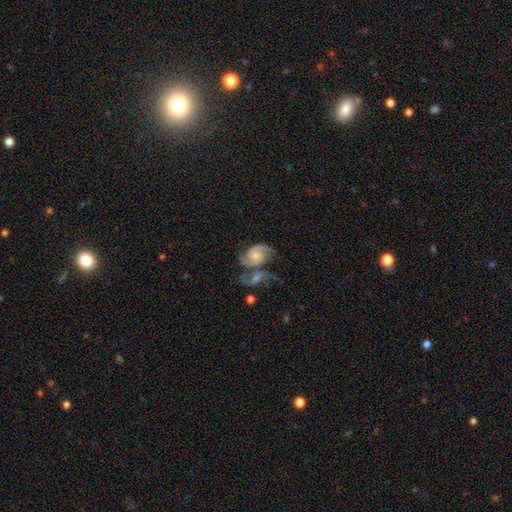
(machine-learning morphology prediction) Q: Smooth or featured?
A: featured or disk (83%); runner-up: smooth (12%)
Q: Edge-on disk?
A: no (98%); runner-up: yes (2%)
Q: Bar?
A: no (63%); runner-up: weak (31%)
Q: Spiral arms?
A: yes (96%); runner-up: no (4%)
Q: Spiral winding?
A: medium (53%); runner-up: tight (25%)
Q: Spiral arm count?
A: 2 (84%); runner-up: 3 (6%)
Q: Bulge size?
A: small (50%); runner-up: moderate (32%)
Q: Merging?
A: merger (47%); runner-up: none (29%)